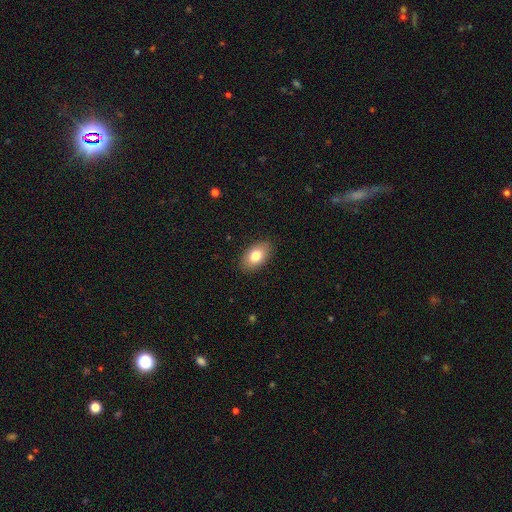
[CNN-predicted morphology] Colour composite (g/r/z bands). It shows a smooth galaxy with no disk features (80%) that is in between round and cigar-shaped (92%). Merging: none (88%).